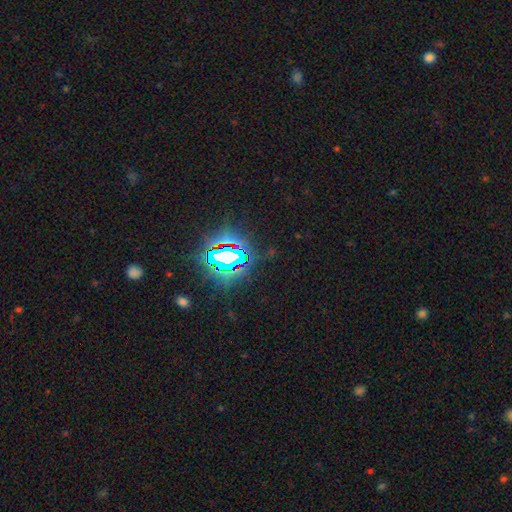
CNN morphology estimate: A star or artifact, not a galaxy (81%).